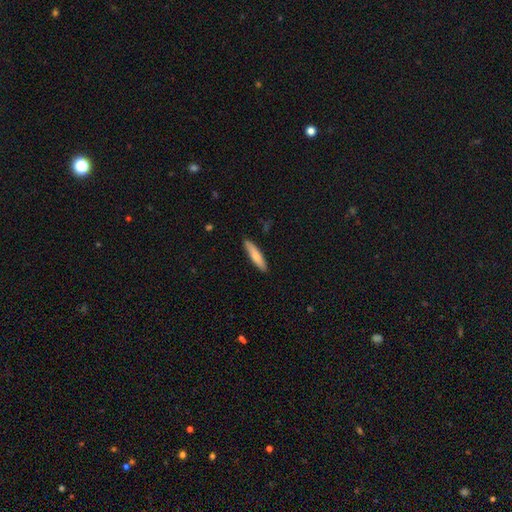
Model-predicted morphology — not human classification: smooth_or_featured: smooth (p=0.75) [alt: featured or disk p=0.19]
how_rounded: cigar-shaped (p=0.84) [alt: in between p=0.15]
merging: none (p=0.89) [alt: minor disturbance p=0.09]